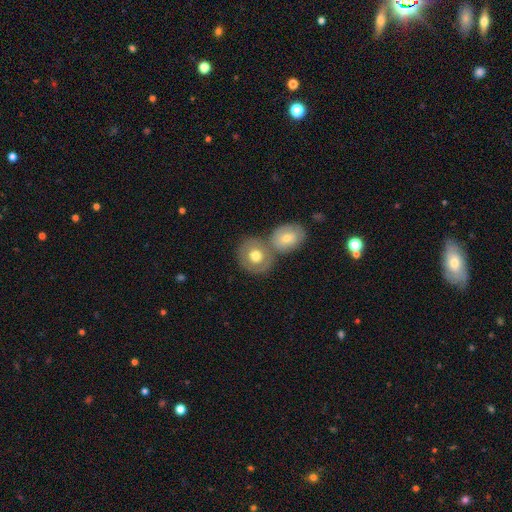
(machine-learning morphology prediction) Smooth or featured: smooth — 65% (featured or disk — 28%)
How rounded: round — 78% (in between — 21%)
Merging: none — 44% (merger — 43%)